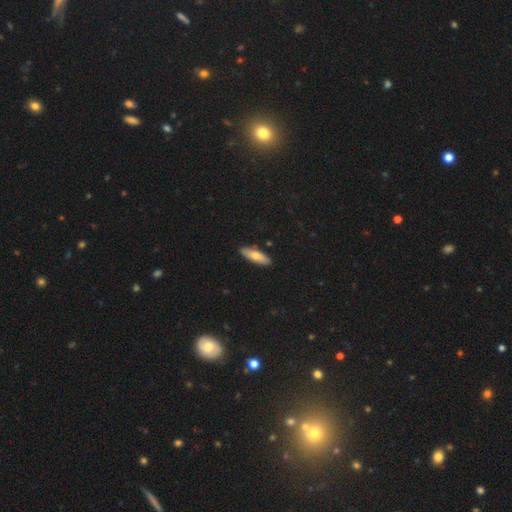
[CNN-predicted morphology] A smooth galaxy with no disk features (72%) that is in between round and cigar-shaped (52%). Merging: none (88%).